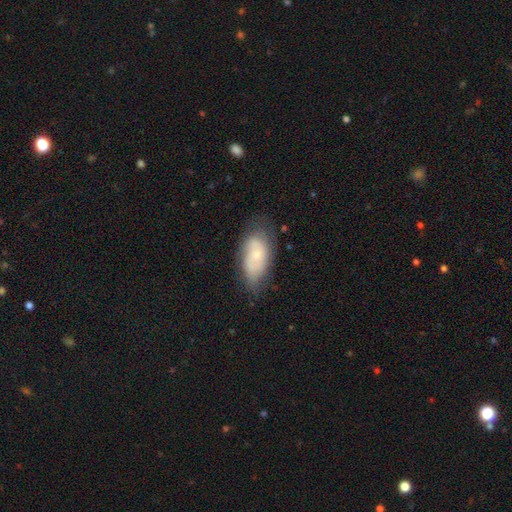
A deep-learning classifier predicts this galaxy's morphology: smooth-or-featured: smooth: 51% | featured or disk: 40% | star or artifact: 8%
  how-rounded: in between: 91% | cigar-shaped: 5% | round: 4%
  merging: none: 59% | minor disturbance: 28% | major disturbance: 9% | merger: 3%